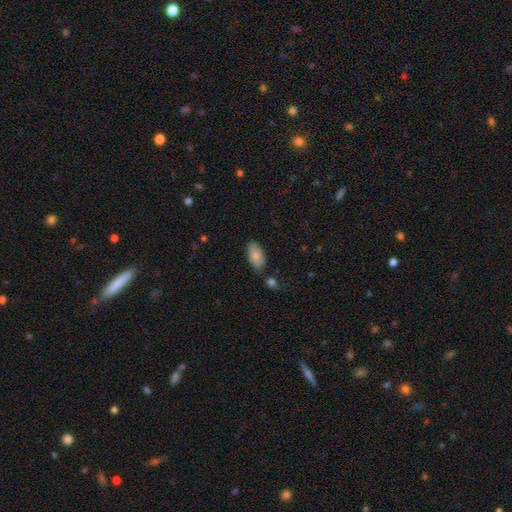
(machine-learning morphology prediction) The model was most divided on "merging": none: 81%, minor disturbance: 13%, merger: 3%, major disturbance: 3%. More confident: how rounded — in between (93%); smooth or featured — smooth (85%).